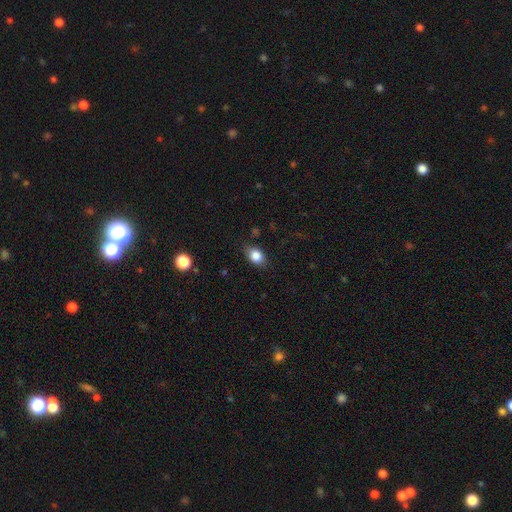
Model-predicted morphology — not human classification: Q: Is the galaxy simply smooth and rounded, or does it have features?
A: smooth — 84%.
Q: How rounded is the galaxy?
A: in between — 72%.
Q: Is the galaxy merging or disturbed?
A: none — 80%.